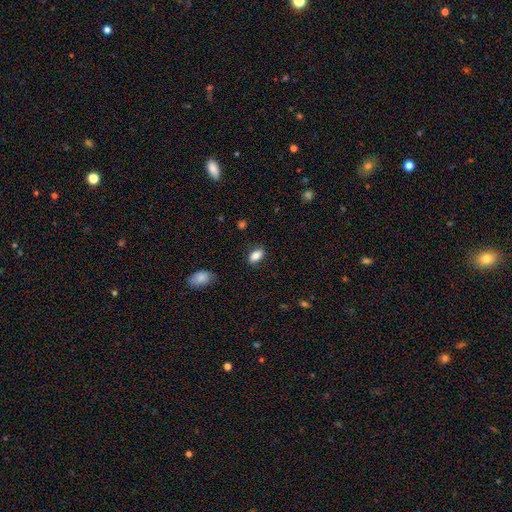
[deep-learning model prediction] This appears to be a smooth galaxy with no disk features (83%) that is in between round and cigar-shaped (89%). Merging: none (81%).